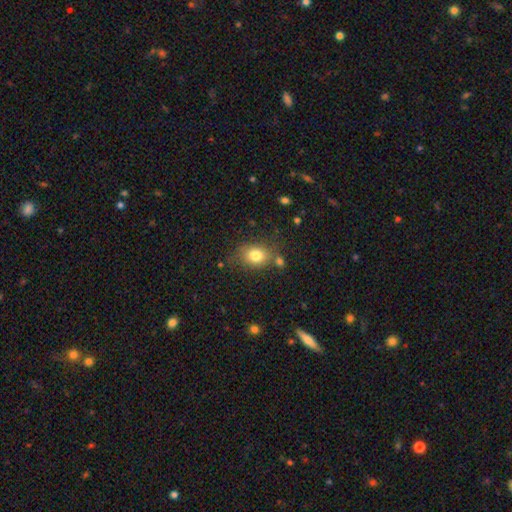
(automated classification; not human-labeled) Overall: smooth (80%). How rounded: in between (60%; round 38%). Merging: none (71%).